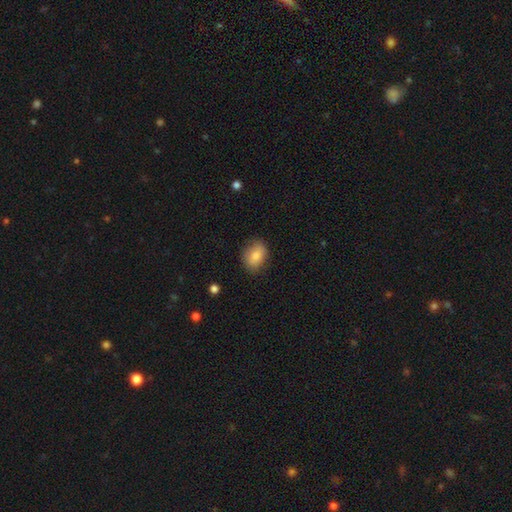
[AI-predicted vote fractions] A smooth galaxy with no disk features (80%) that is in between round and cigar-shaped (72%).

Vote fractions:
- Smooth or featured? smooth: 80% / featured or disk: 12% / star or artifact: 8%
- How rounded? in between: 72% / round: 27% / cigar-shaped: 1%
- Merging? none: 82% / minor disturbance: 13% / major disturbance: 3% / merger: 1%